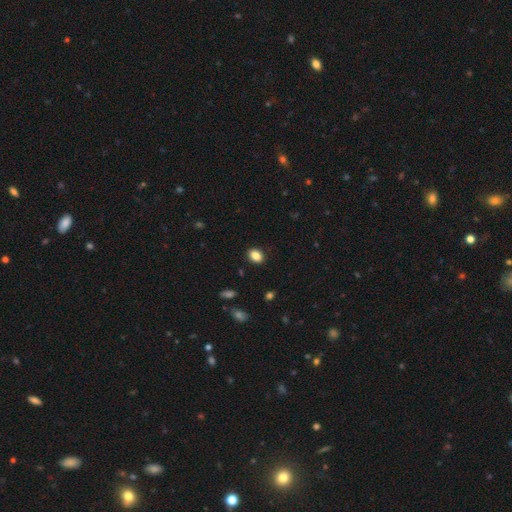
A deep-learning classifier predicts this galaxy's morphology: Smooth or featured: smooth — 86% (star or artifact — 9%)
How rounded: in between — 72% (round — 27%)
Merging: none — 89% (minor disturbance — 8%)